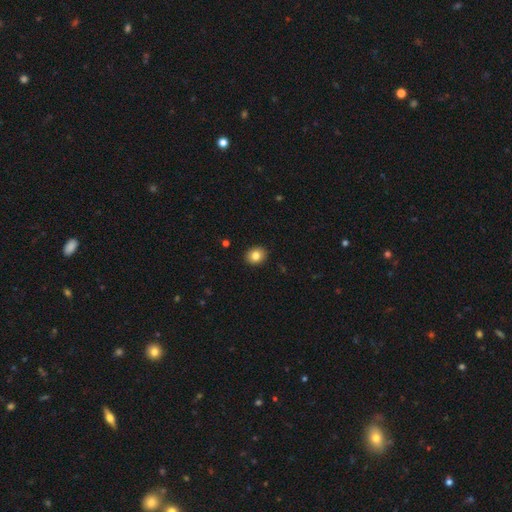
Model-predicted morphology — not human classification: Q: Smooth or featured?
A: smooth (83%); runner-up: star or artifact (10%)
Q: How rounded?
A: round (63%); runner-up: in between (36%)
Q: Merging?
A: none (91%); runner-up: minor disturbance (6%)